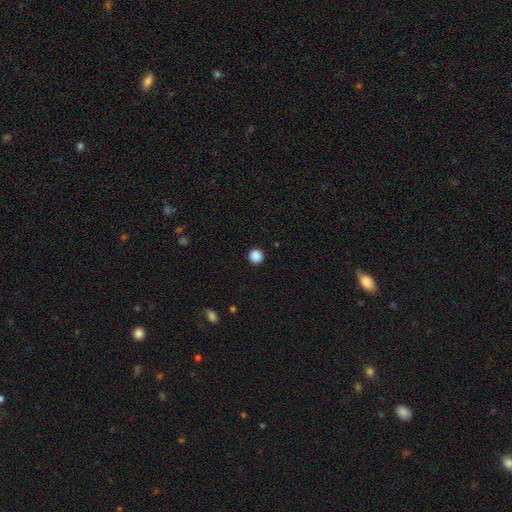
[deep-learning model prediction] Overall: smooth (88%). How rounded: round (96%). Merging: none (93%).